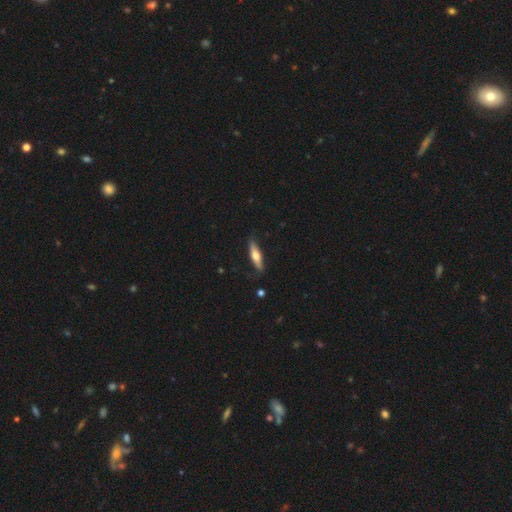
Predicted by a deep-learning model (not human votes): Smooth or featured? Predicted: smooth (p=0.52). How rounded? Predicted: cigar-shaped (p=0.70). Merging? Predicted: none (p=0.83).